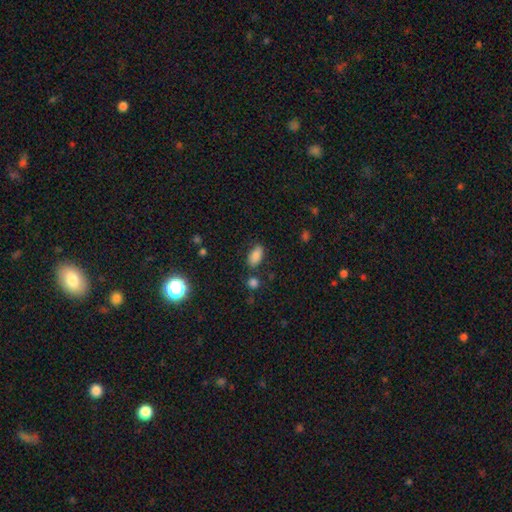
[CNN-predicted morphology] Q: Smooth or featured?
A: smooth (85%); runner-up: star or artifact (10%)
Q: How rounded?
A: in between (91%); runner-up: cigar-shaped (4%)
Q: Merging?
A: none (79%); runner-up: minor disturbance (12%)